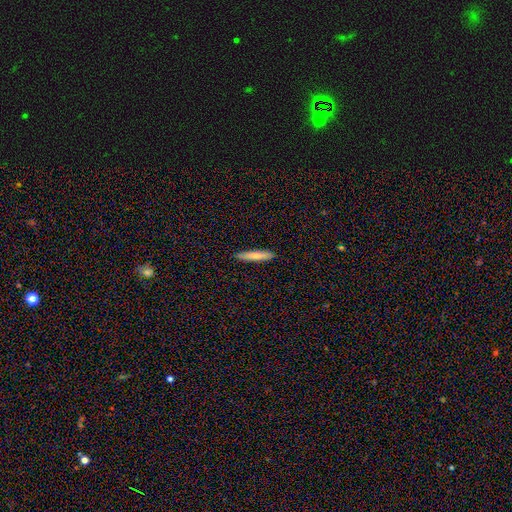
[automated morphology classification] Smooth or featured?
  - smooth: 75% *
  - featured or disk: 20%
  - star or artifact: 6%
How rounded?
  - cigar-shaped: 89% *
  - in between: 10%
  - round: 1%
Merging?
  - none: 90% *
  - minor disturbance: 7%
  - major disturbance: 1%
  - merger: 1%